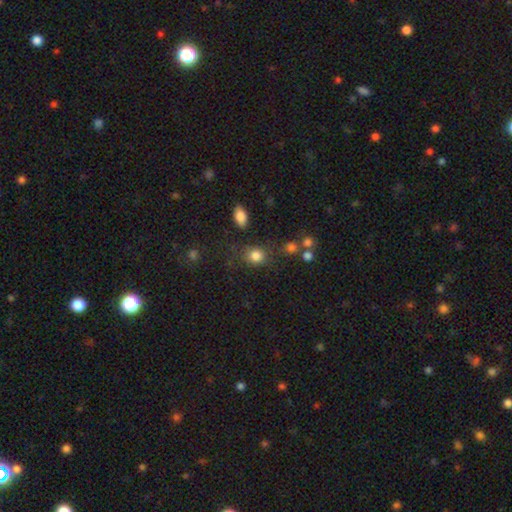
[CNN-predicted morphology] This appears to be a smooth galaxy with no disk features (83%) that is round (68%). Merging: none (69%).